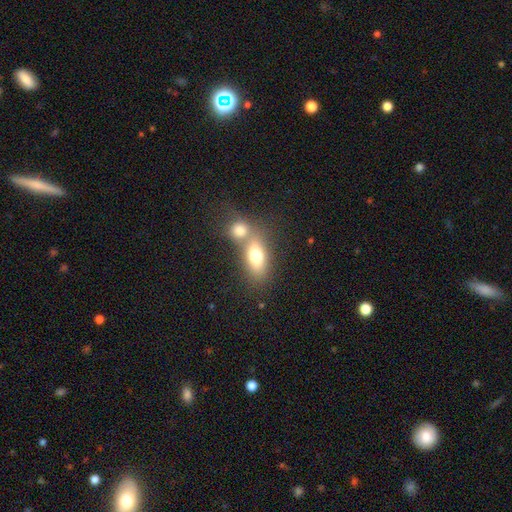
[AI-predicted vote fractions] Smooth or featured? Predicted: smooth (p=0.71). How rounded? Predicted: in between (p=0.77). Merging? Predicted: merger (p=0.53).